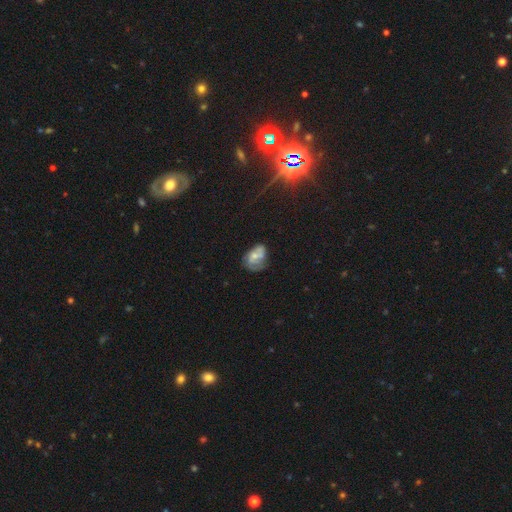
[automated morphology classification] Smooth or featured: featured or disk — 54% (smooth — 35%)
Edge-on disk: no — 97% (yes — 3%)
Bar: no — 65% (weak — 28%)
Spiral arms: yes — 69% (no — 31%)
Bulge size: small — 49% (moderate — 39%)
Merging: none — 41% (minor disturbance — 29%)